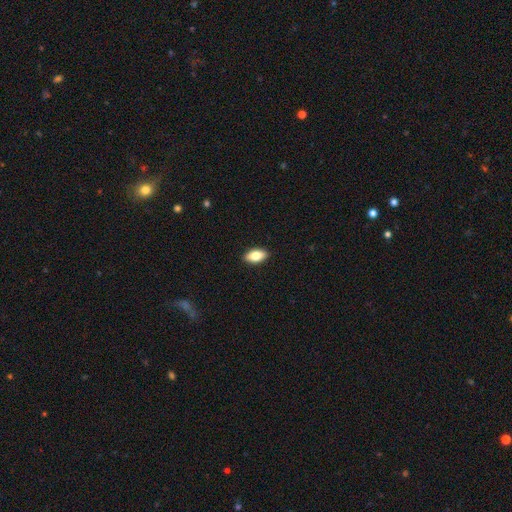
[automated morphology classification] smooth_or_featured: smooth (p=0.80) [alt: featured or disk p=0.14]
how_rounded: in between (p=0.91) [alt: cigar-shaped p=0.06]
merging: none (p=0.91) [alt: minor disturbance p=0.07]